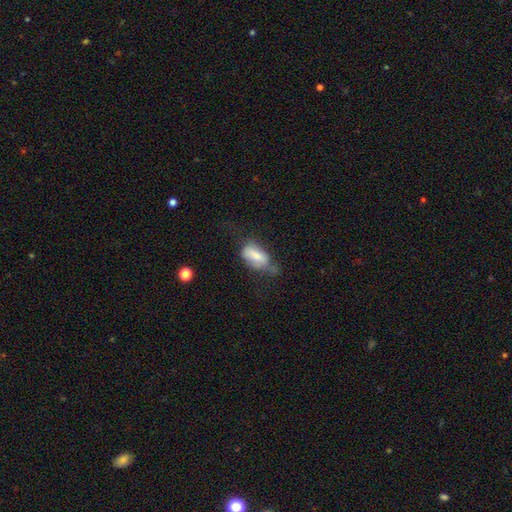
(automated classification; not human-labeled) A smooth galaxy with no disk features (71%) that is in between round and cigar-shaped (90%).

Vote fractions:
- Smooth or featured? smooth: 71% / featured or disk: 22% / star or artifact: 8%
- How rounded? in between: 90% / cigar-shaped: 6% / round: 5%
- Merging? minor disturbance: 36% / major disturbance: 31% / none: 28% / merger: 5%